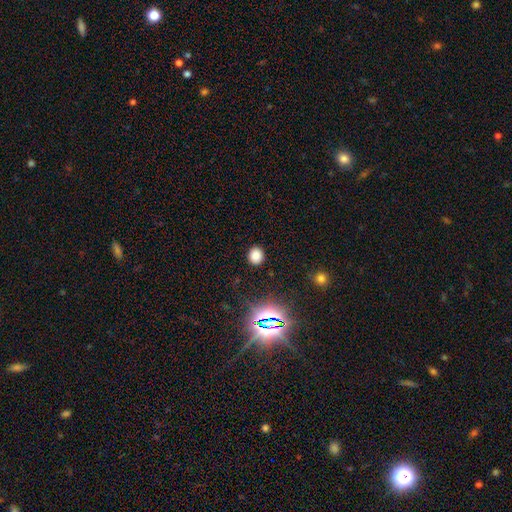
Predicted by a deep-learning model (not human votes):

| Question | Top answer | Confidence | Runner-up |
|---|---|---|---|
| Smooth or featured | smooth | 79% | star or artifact (16%) |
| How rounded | round | 77% | in between (22%) |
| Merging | none | 90% | minor disturbance (7%) |